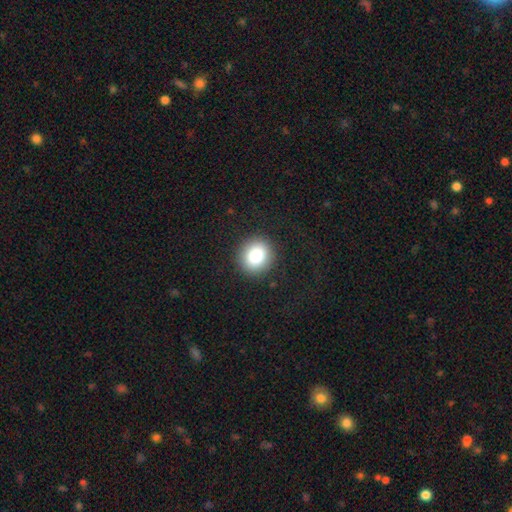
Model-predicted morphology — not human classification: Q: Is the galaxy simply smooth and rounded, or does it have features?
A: smooth — 85%.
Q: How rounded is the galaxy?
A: round — 83%.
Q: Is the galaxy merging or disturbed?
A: none — 91%.